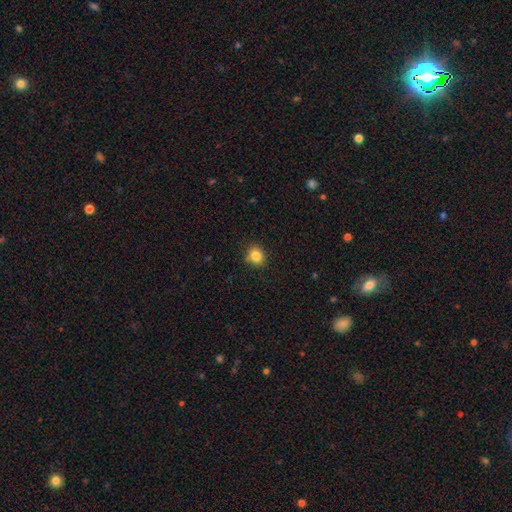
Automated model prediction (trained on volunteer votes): A smooth galaxy with no disk features (84%) that is round (80%). Merging: none (84%).